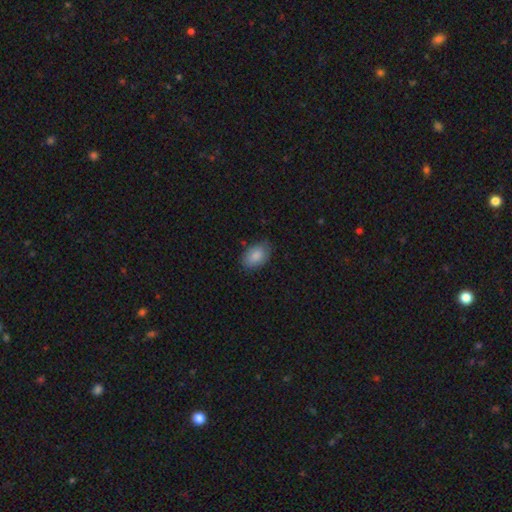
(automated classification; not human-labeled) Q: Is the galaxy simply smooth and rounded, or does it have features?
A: smooth — 86%.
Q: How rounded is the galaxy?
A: in between — 90%.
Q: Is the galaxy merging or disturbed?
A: none — 77%.